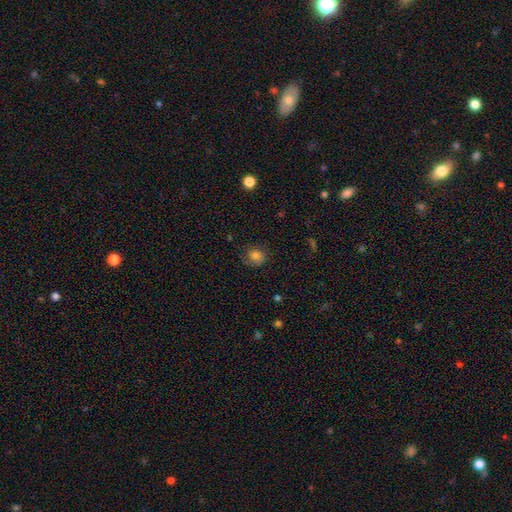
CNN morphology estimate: Smooth or featured? smooth (78%)
How rounded? round (79%)
Merging? none (76%)